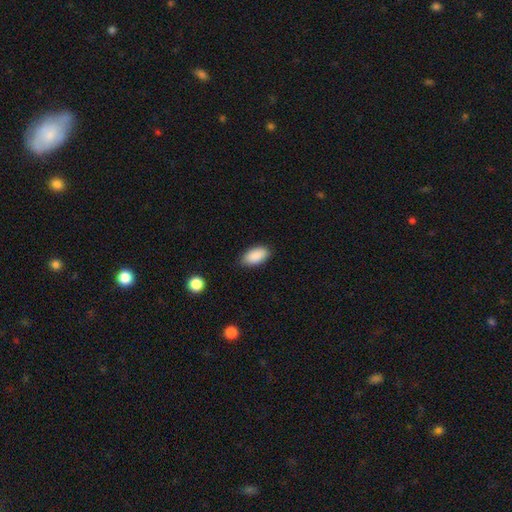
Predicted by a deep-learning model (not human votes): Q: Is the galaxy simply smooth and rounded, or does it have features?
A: smooth — 90%.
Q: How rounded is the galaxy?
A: in between — 94%.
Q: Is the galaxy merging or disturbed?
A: none — 85%.